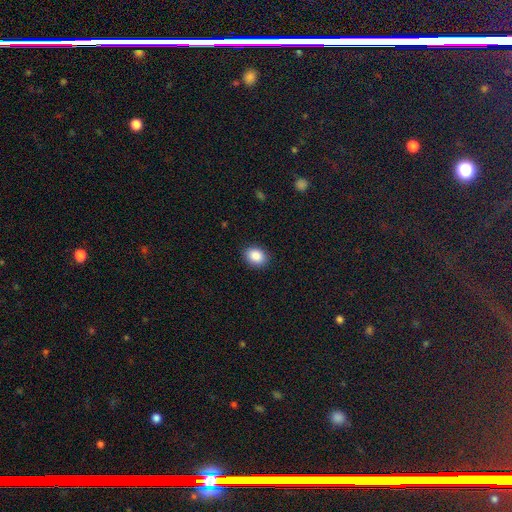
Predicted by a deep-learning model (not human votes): Smooth or featured? smooth (88%)
How rounded? in between (61%)
Merging? none (89%)